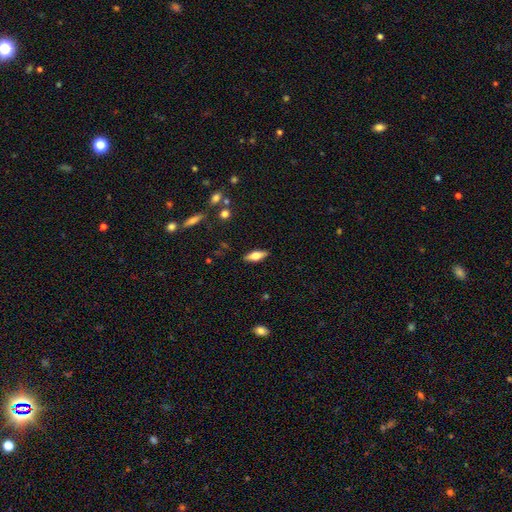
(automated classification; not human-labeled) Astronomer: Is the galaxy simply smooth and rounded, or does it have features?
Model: smooth — 56% (runner-up: featured or disk, 37%).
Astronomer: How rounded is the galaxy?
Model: in between — 67%.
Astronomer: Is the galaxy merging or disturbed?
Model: none — 87%.